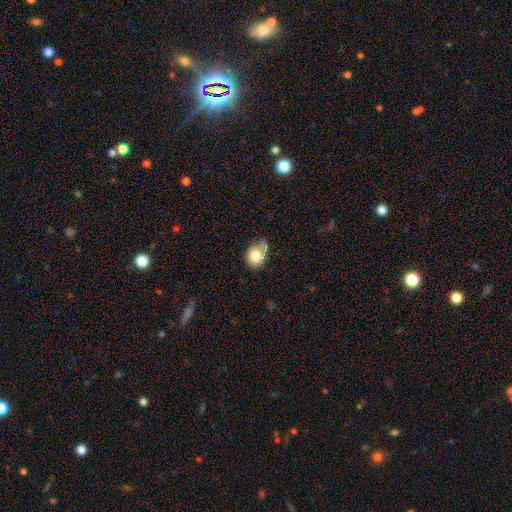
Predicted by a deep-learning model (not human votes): Morphology: type=smooth (79%); roundness=round (54%); merging=none (44%).